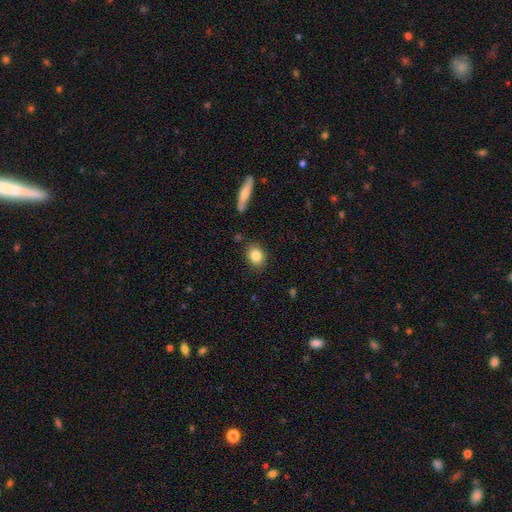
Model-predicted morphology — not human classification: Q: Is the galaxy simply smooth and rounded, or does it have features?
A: smooth — 85%.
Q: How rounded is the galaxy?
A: round — 52%.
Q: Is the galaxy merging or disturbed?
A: none — 84%.